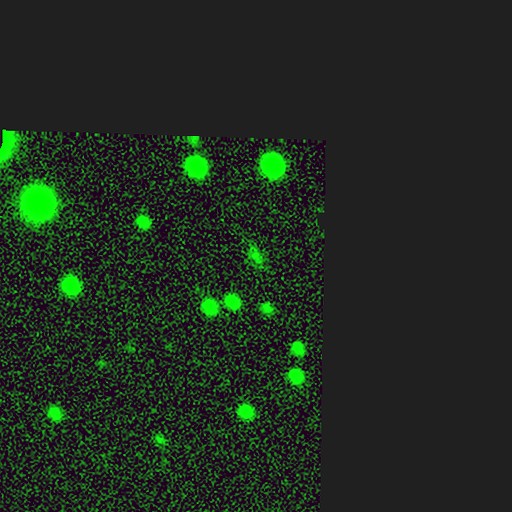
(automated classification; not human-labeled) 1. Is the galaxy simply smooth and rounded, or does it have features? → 54% star or artifact, 37% smooth, 9% featured or disk.